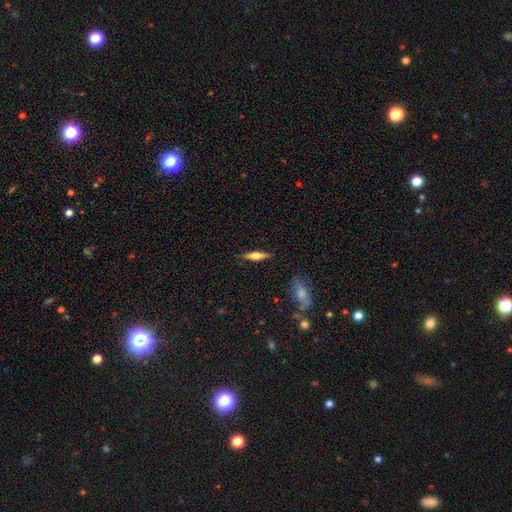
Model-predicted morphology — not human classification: Smooth or featured? featured or disk (50%)
Merging? none (88%)